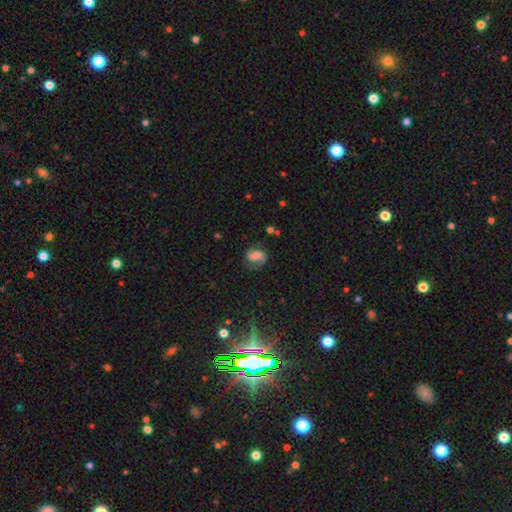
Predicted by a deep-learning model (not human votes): This is possibly a featured or disk galaxy (55%). It is clearly not viewed edge-on (97%). Bar: marginally weak (40%, tied with no). Spiral arm pattern: clearly yes (88%). Central bulge: possibly moderate (45%). Merging: likely none (68%).